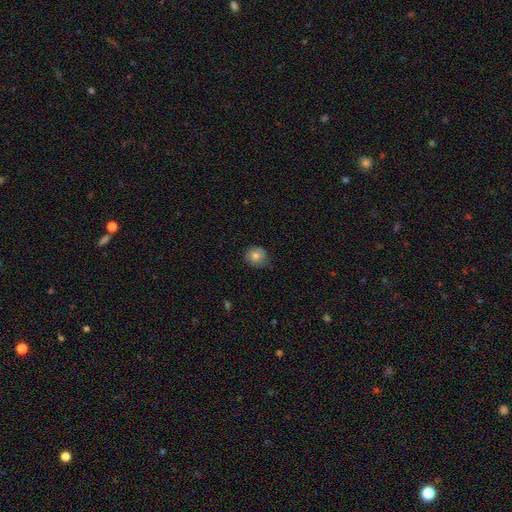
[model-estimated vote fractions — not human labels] This appears to be a smooth galaxy with no disk features (79%) that is round (85%). Merging: none (69%).